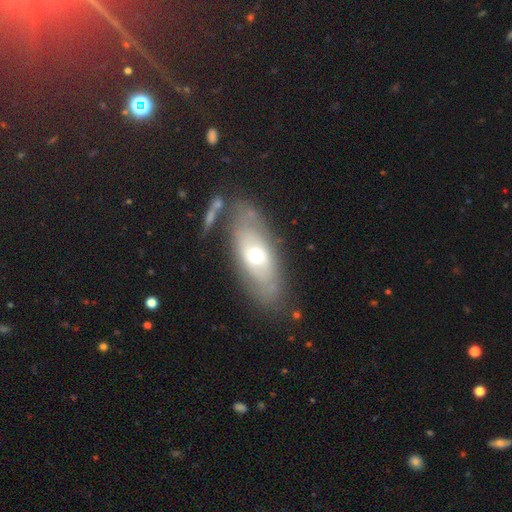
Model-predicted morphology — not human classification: A featured or disk galaxy (50%). Merging: none (71%).